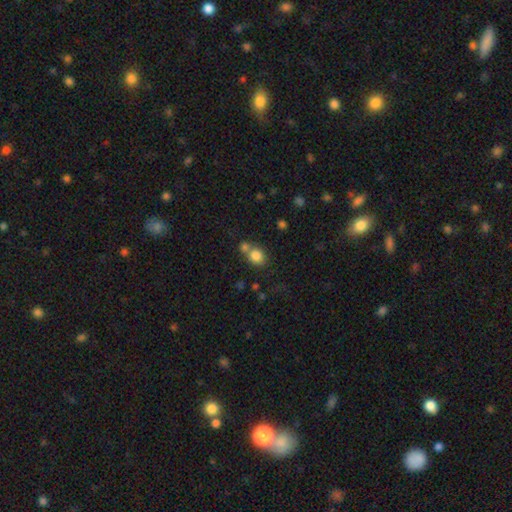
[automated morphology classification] Overall: smooth (82%). How rounded: round (70%). Merging: none (48%; merger 39%).